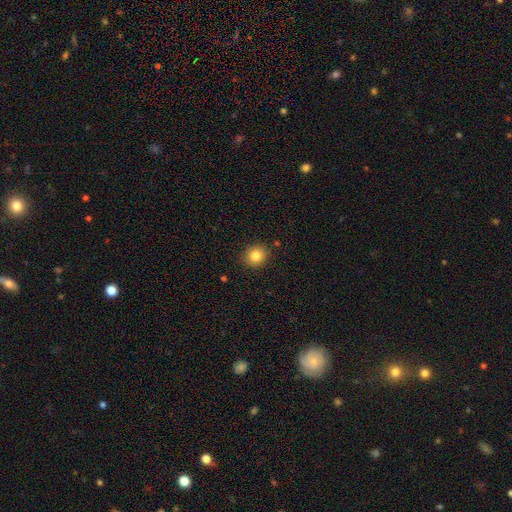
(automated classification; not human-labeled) smooth_or_featured: smooth (p=0.83) [alt: star or artifact p=0.11]
how_rounded: round (p=0.79) [alt: in between p=0.20]
merging: none (p=0.89) [alt: minor disturbance p=0.08]